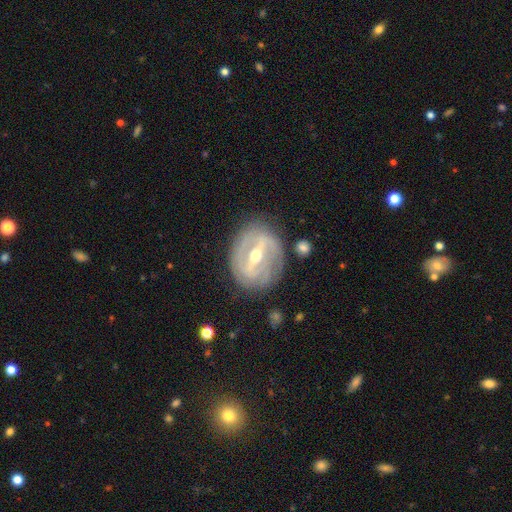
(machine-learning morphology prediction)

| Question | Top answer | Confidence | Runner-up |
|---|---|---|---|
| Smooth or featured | featured or disk | 85% | smooth (9%) |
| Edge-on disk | no | 93% | yes (7%) |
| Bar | strong | 69% | weak (24%) |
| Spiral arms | yes | 79% | no (21%) |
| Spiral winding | tight | 59% | medium (29%) |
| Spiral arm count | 2 | 54% | can't tell (26%) |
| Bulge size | moderate | 67% | small (29%) |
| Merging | none | 78% | minor disturbance (15%) |